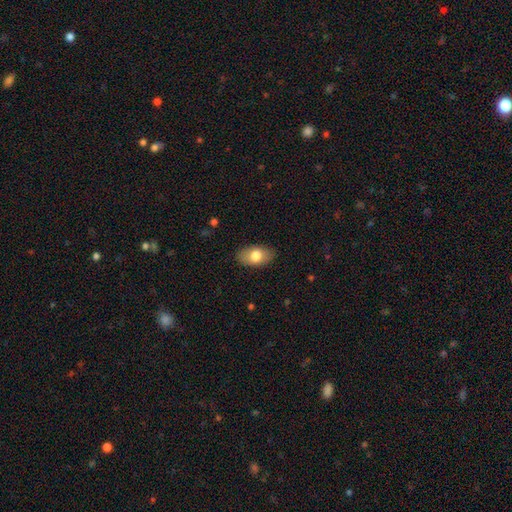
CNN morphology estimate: Q: Smooth or featured?
A: smooth (76%); runner-up: featured or disk (17%)
Q: How rounded?
A: in between (92%); runner-up: round (7%)
Q: Merging?
A: none (86%); runner-up: minor disturbance (11%)